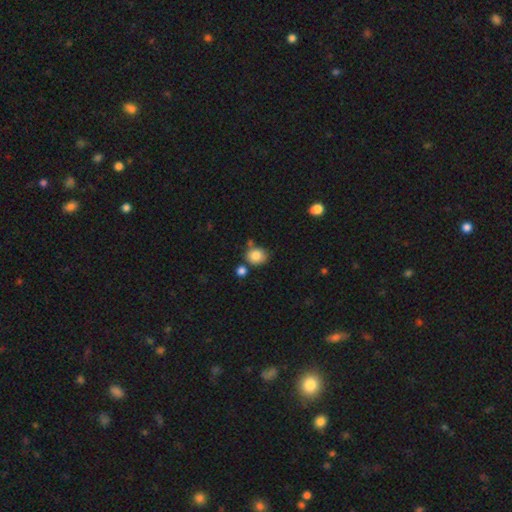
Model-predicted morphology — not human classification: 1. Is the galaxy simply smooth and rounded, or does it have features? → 83% smooth, 10% star or artifact, 7% featured or disk.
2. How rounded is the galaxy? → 71% round, 28% in between, 1% cigar-shaped.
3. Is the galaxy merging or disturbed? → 66% none, 16% minor disturbance, 14% merger, 4% major disturbance.